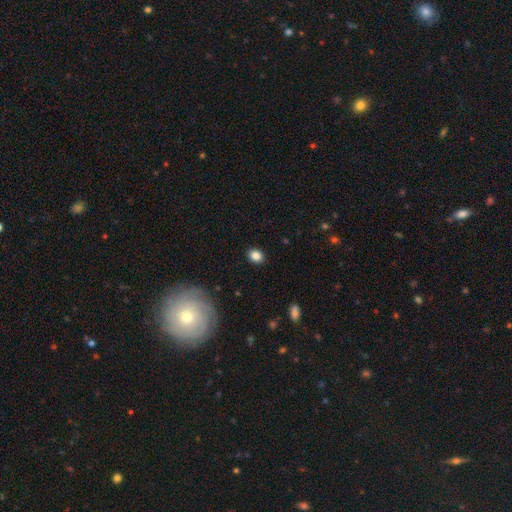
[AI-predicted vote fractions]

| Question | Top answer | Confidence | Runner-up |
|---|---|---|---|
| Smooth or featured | smooth | 84% | star or artifact (10%) |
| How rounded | round | 51% | in between (48%) |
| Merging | none | 89% | minor disturbance (7%) |